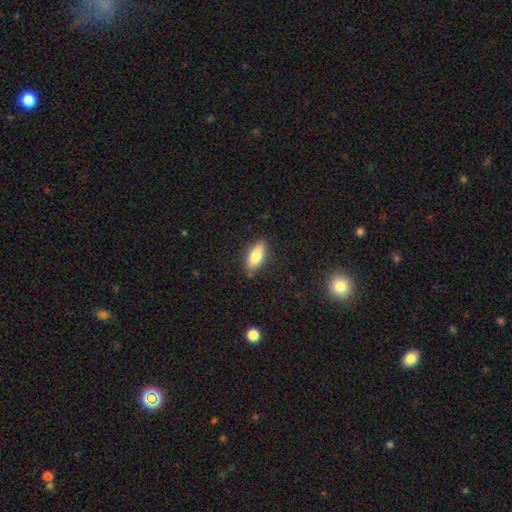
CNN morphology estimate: Smooth or featured: smooth — 79% (featured or disk — 13%)
How rounded: in between — 84% (cigar-shaped — 13%)
Merging: none — 85% (minor disturbance — 11%)